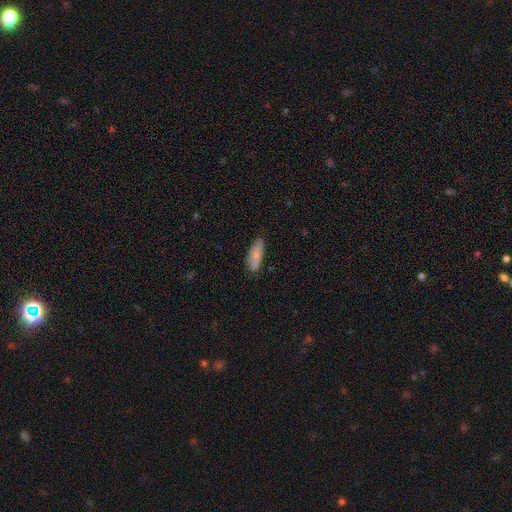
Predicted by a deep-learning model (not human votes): This appears to be a smooth galaxy with no disk features (76%) that is in between round and cigar-shaped (69%). Merging: none (79%).